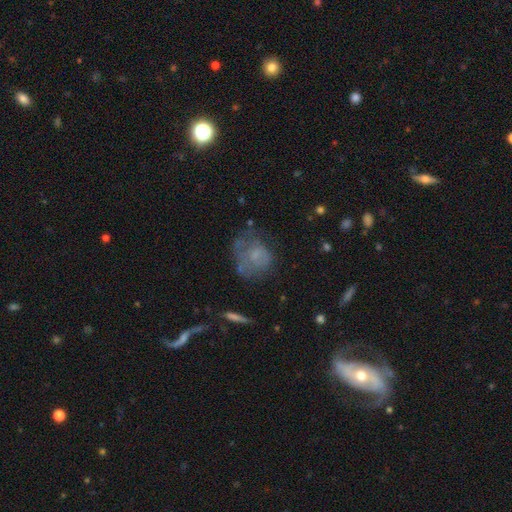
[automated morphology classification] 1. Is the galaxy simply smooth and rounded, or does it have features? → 52% smooth, 35% featured or disk, 13% star or artifact.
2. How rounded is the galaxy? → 59% round, 39% in between, 1% cigar-shaped.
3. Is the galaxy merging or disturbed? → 38% none, 32% major disturbance, 26% minor disturbance, 4% merger.